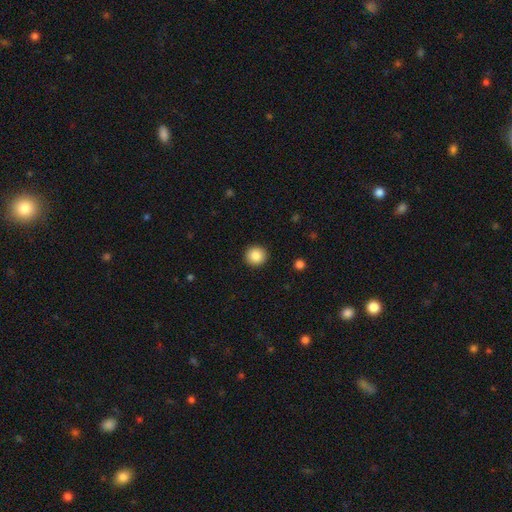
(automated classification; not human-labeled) Smooth or featured: smooth — 88% (star or artifact — 9%)
How rounded: round — 93% (in between — 6%)
Merging: none — 92% (minor disturbance — 5%)